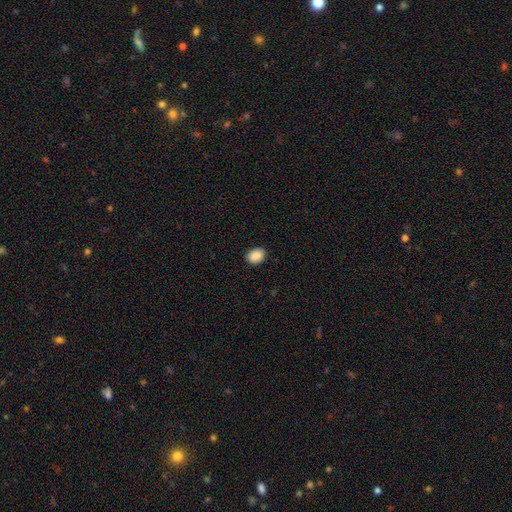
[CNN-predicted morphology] smooth_or_featured: smooth (p=0.90) [alt: star or artifact p=0.08]
how_rounded: in between (p=0.70) [alt: round p=0.29]
merging: none (p=0.88) [alt: minor disturbance p=0.09]